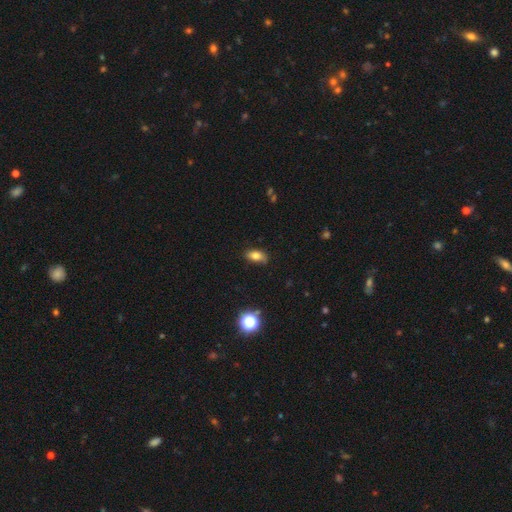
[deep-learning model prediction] Overall: smooth (79%). How rounded: in between (87%). Merging: none (77%).